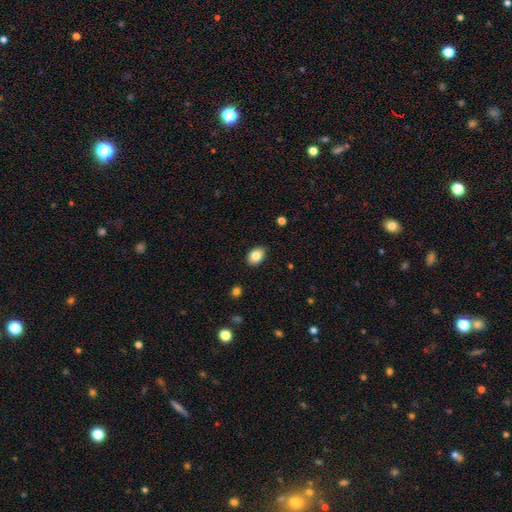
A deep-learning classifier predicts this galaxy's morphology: This is clearly a smooth galaxy (84%). How rounded: likely in between (79%). Merging: clearly none (87%).